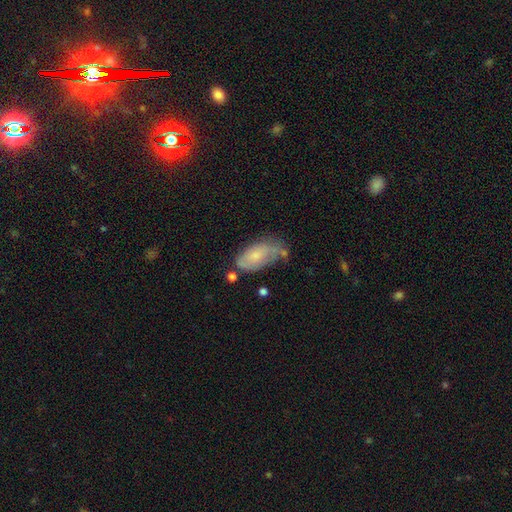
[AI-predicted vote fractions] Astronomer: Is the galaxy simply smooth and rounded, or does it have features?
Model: smooth — 63%.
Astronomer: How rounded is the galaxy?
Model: in between — 90%.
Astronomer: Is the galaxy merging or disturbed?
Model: none — 43% (runner-up: minor disturbance, 35%).